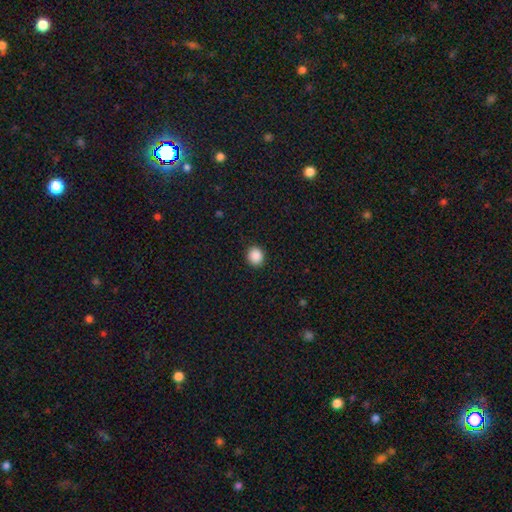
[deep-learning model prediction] Smooth or featured: smooth — 89% (star or artifact — 9%)
How rounded: round — 85% (in between — 14%)
Merging: none — 91% (minor disturbance — 6%)